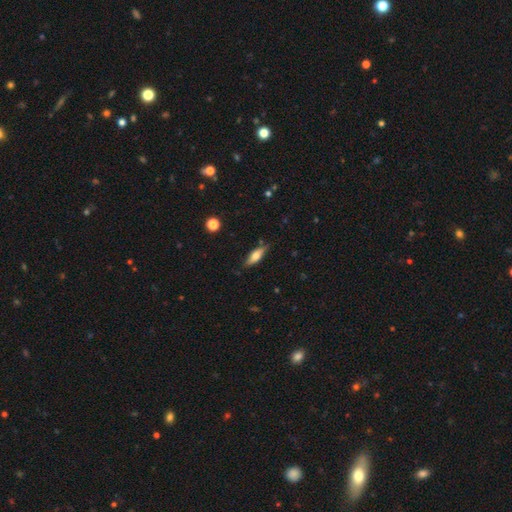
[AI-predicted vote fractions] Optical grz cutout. It shows a smooth galaxy with no disk features (63%) that is in between round and cigar-shaped (54%). Merging: none (79%).